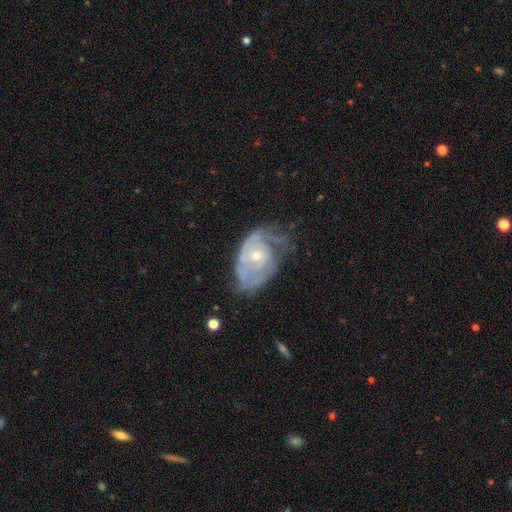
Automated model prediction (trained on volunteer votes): featured or disk 79%, smooth 15%, star or artifact 6%. Down the decision tree: edge-on disk — no (96%); bar — no (75%); spiral arms — yes (81%); spiral arm count — can't tell (44%); spiral winding — tight (55%); bulge size — small (60%); merging — none (43%).